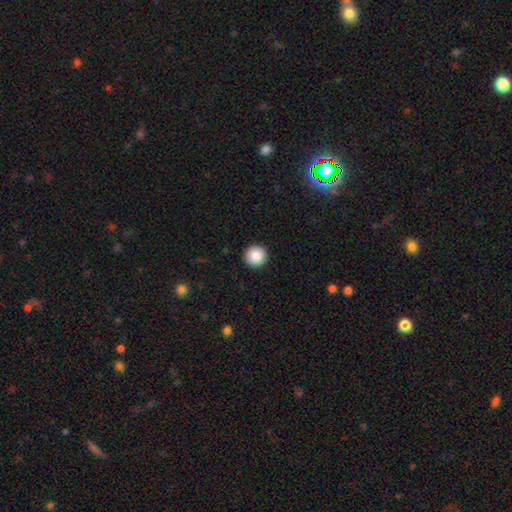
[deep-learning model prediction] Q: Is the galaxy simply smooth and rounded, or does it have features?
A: smooth — 87%.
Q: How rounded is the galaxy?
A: round — 96%.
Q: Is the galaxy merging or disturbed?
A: none — 93%.